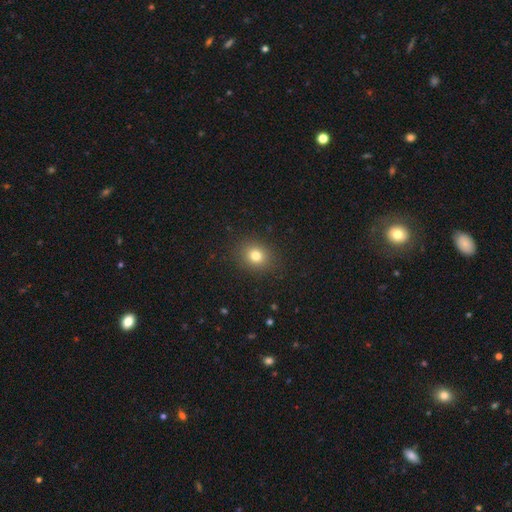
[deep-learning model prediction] The model was most divided on "how rounded": round: 68%, in between: 31%, cigar-shaped: 1%. More confident: merging — none (89%); smooth or featured — smooth (79%).